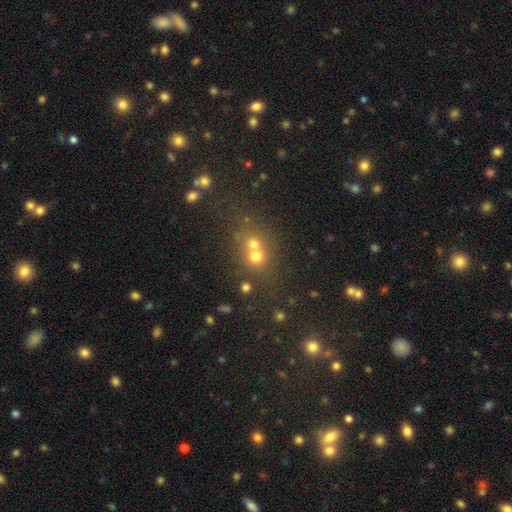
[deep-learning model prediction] Smooth or featured: smooth — 64% (star or artifact — 21%)
How rounded: round — 81% (in between — 18%)
Merging: merger — 50% (none — 40%)